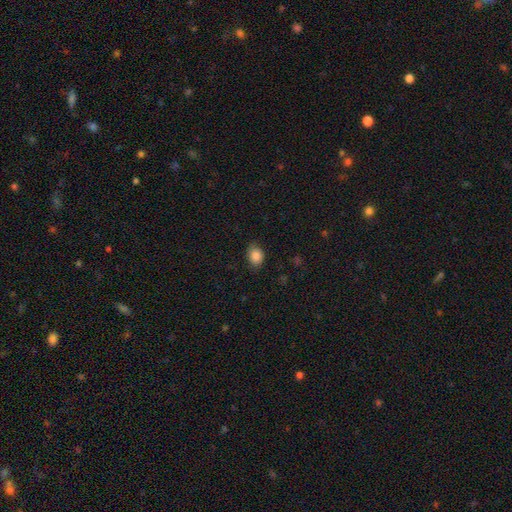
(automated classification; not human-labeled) Overall: smooth (85%). How rounded: in between (62%; round 37%). Merging: none (80%).